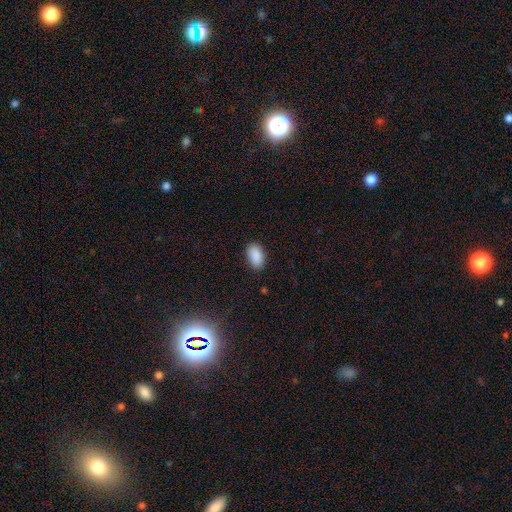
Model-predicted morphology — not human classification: This appears to be a smooth galaxy with no disk features (90%) that is in between round and cigar-shaped (94%). Merging: none (87%).